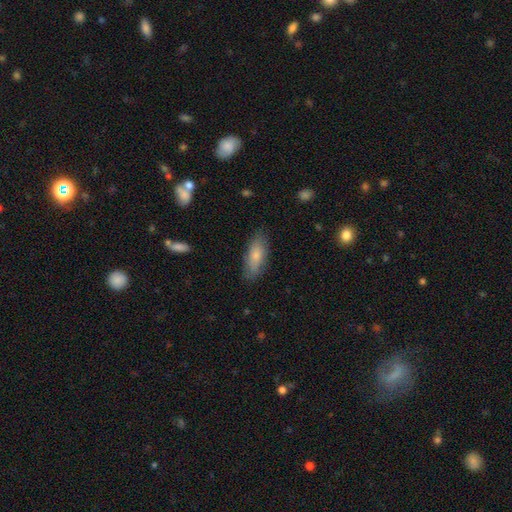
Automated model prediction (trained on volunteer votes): Overall: smooth (77%). How rounded: in between (75%). Merging: none (82%).